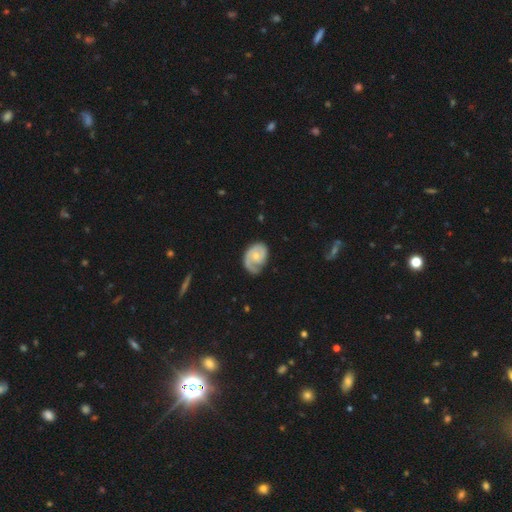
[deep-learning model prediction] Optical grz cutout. It shows a featured or disk galaxy (72%) with no bar (73%), 1 (49%) tight (50%) spiral arms (91%) and a small central bulge (54%). Merging: none (56%).